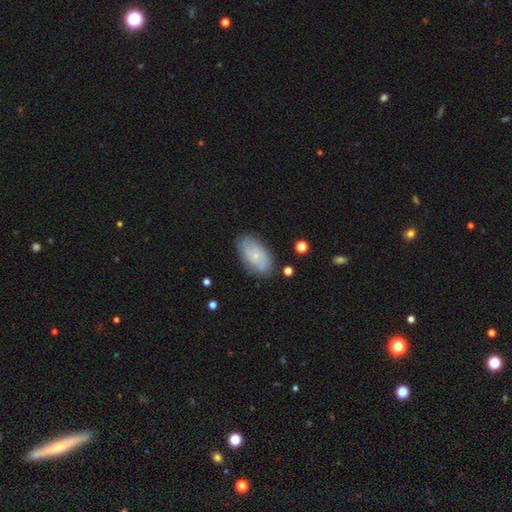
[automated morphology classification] Smooth or featured?
  - featured or disk: 49% *
  - smooth: 43%
  - star or artifact: 8%
Merging?
  - none: 77% *
  - minor disturbance: 17%
  - major disturbance: 4%
  - merger: 2%